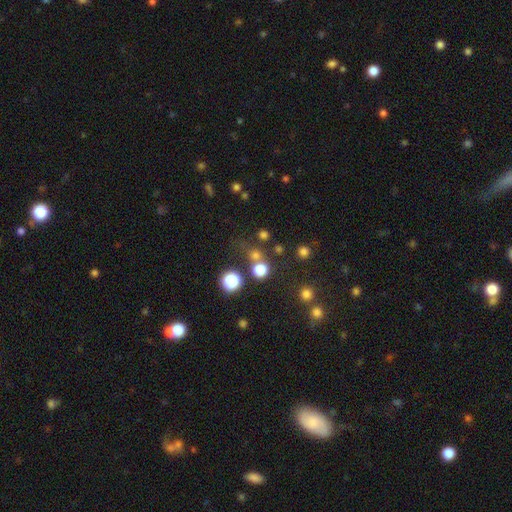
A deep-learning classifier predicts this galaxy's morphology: A smooth galaxy with no disk features (66%) that is round (90%).

Vote fractions:
- Smooth or featured? smooth: 66% / star or artifact: 27% / featured or disk: 7%
- How rounded? round: 90% / in between: 9% / cigar-shaped: 1%
- Merging? none: 69% / merger: 18% / minor disturbance: 8% / major disturbance: 5%